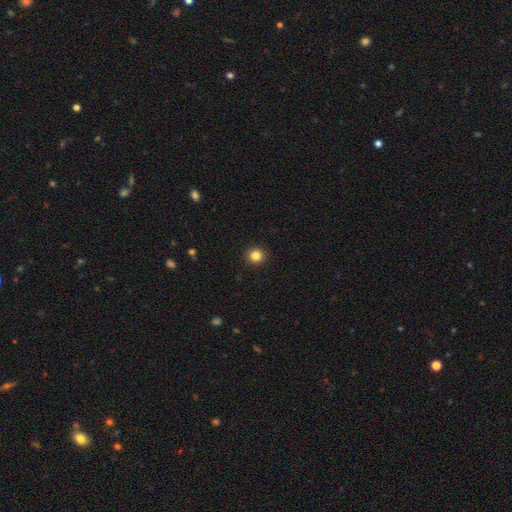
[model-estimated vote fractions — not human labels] smooth 84%, star or artifact 12%, featured or disk 4%. Down the decision tree: how rounded — round (92%); merging — none (93%).